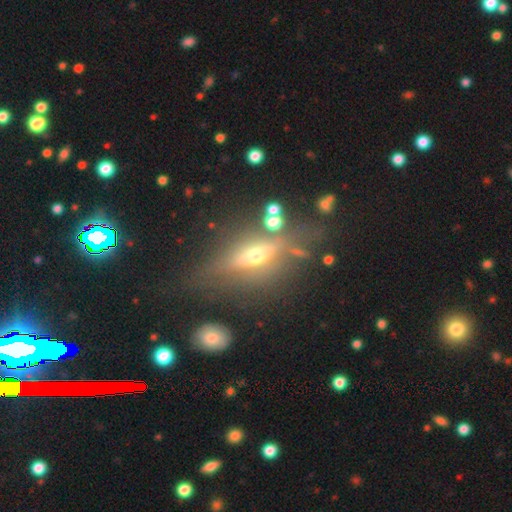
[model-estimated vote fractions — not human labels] A featured or disk galaxy (67%) viewed edge-on (84%) with a rounded central bulge (91%). Merging: none (70%).